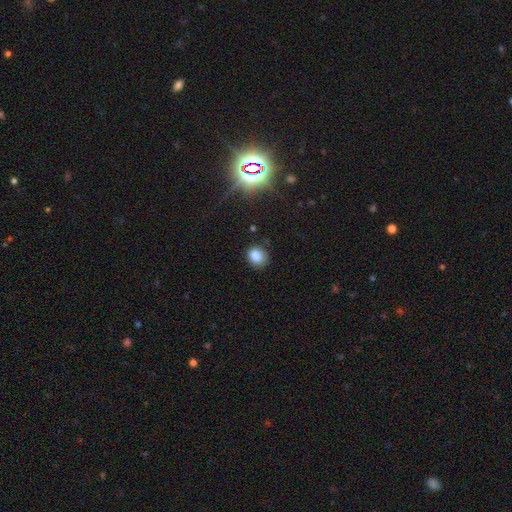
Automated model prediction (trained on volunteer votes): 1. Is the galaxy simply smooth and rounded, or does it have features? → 84% smooth, 12% star or artifact, 5% featured or disk.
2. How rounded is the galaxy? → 66% round, 33% in between, 1% cigar-shaped.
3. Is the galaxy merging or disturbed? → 79% none, 16% minor disturbance, 3% major disturbance, 2% merger.